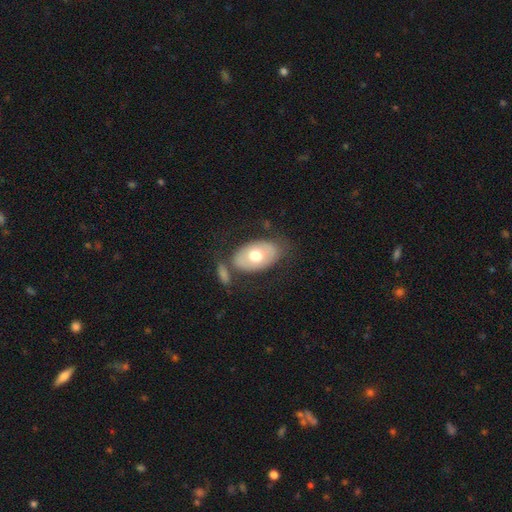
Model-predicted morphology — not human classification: Smooth or featured? smooth (60%)
How rounded? in between (90%)
Merging? none (67%)